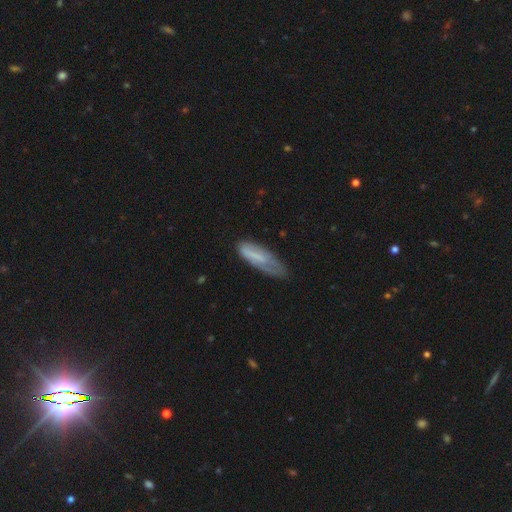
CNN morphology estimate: The model was most divided on "how rounded": in between: 50%, cigar-shaped: 49%, round: 2%. Remaining: smooth or featured — smooth (63%); merging — none (43%).